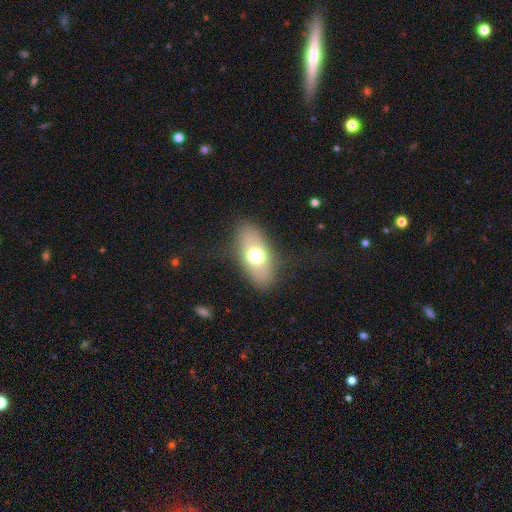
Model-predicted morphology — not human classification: Smooth or featured: smooth — 67% (featured or disk — 24%)
How rounded: in between — 85% (round — 8%)
Merging: none — 82% (minor disturbance — 12%)